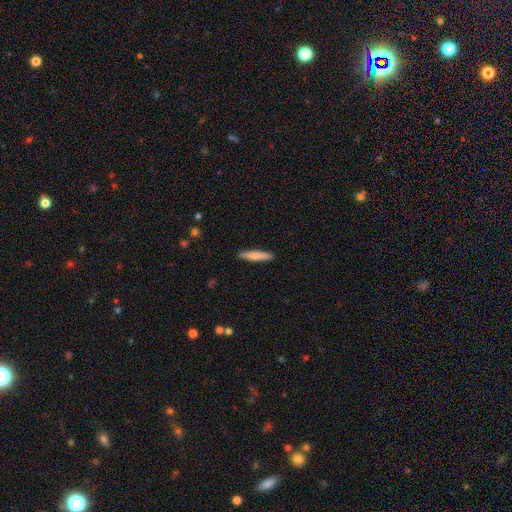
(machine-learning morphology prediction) Smooth or featured?
  - smooth: 78% *
  - featured or disk: 17%
  - star or artifact: 5%
How rounded?
  - cigar-shaped: 91% *
  - in between: 8%
  - round: 1%
Merging?
  - none: 91% *
  - minor disturbance: 7%
  - major disturbance: 1%
  - merger: 1%